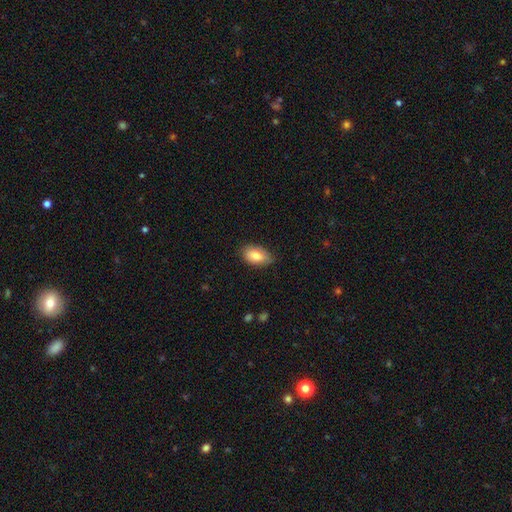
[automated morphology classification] Smooth or featured? smooth (81%)
How rounded? in between (92%)
Merging? none (75%)